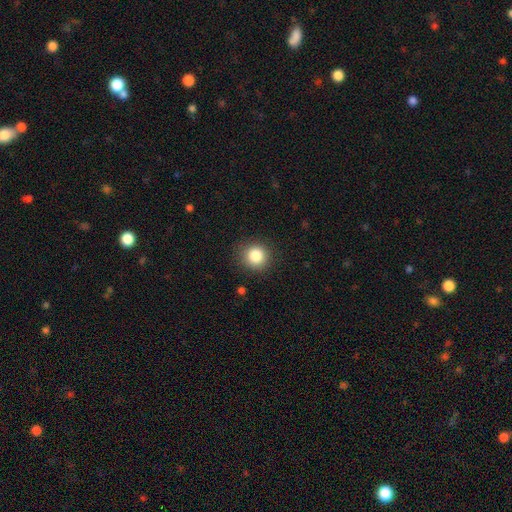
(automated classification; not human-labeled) Smooth or featured? Predicted: smooth (p=0.85). How rounded? Predicted: round (p=0.91). Merging? Predicted: none (p=0.88).